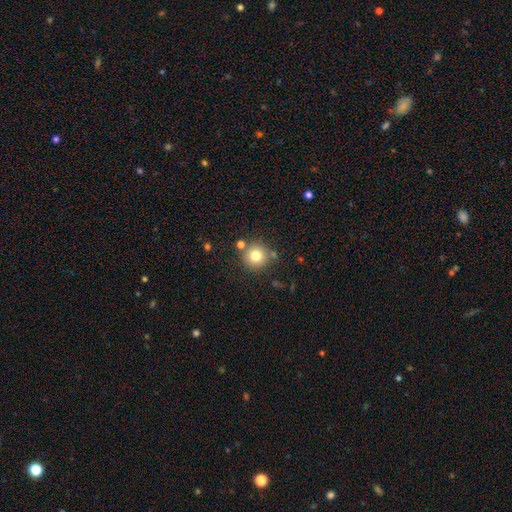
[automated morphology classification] The model was most divided on "smooth or featured": smooth: 77%, star or artifact: 12%, featured or disk: 11%. More confident: how rounded — round (94%); merging — none (77%).